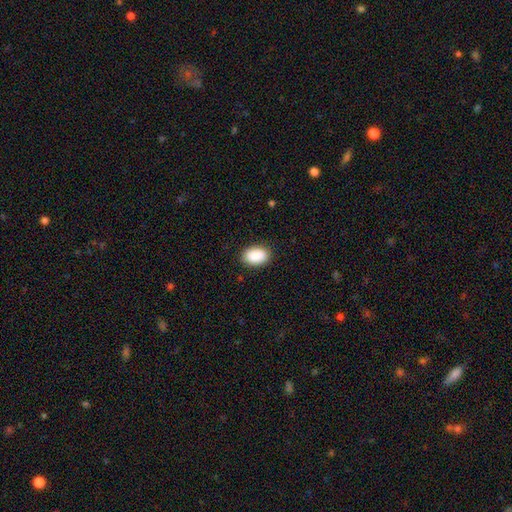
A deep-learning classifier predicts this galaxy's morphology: Overall: smooth (91%). How rounded: in between (88%). Merging: none (88%).